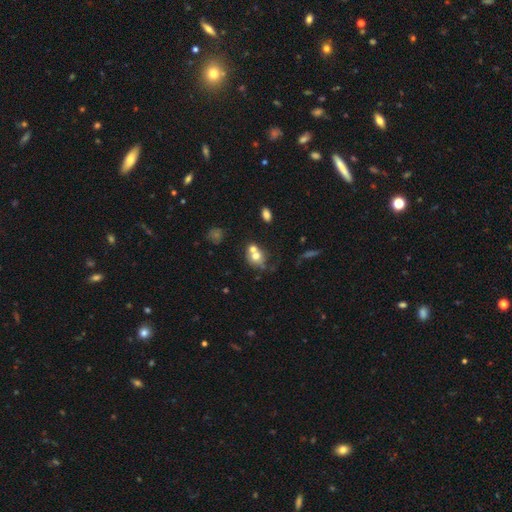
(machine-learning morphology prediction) Smooth or featured? Predicted: smooth (p=0.65). How rounded? Predicted: round (p=0.62). Merging? Predicted: merger (p=0.52).